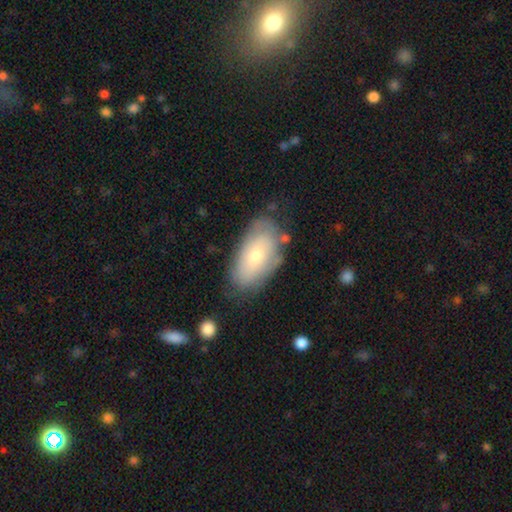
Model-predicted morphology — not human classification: type=smooth (61%); roundness=in between (94%); merging=none (69%).